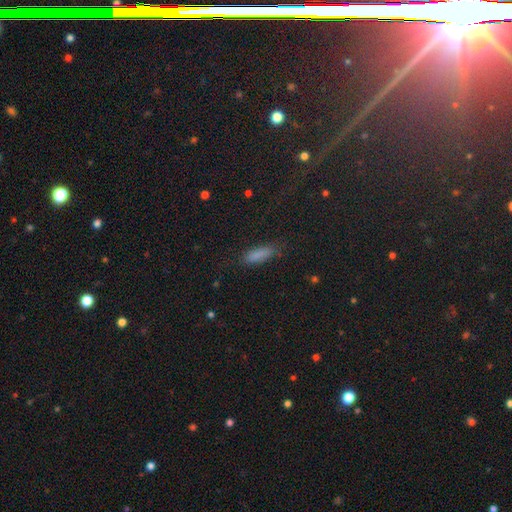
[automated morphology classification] A smooth galaxy with no disk features (76%) that is cigar-shaped (57%). Merging: none (78%).